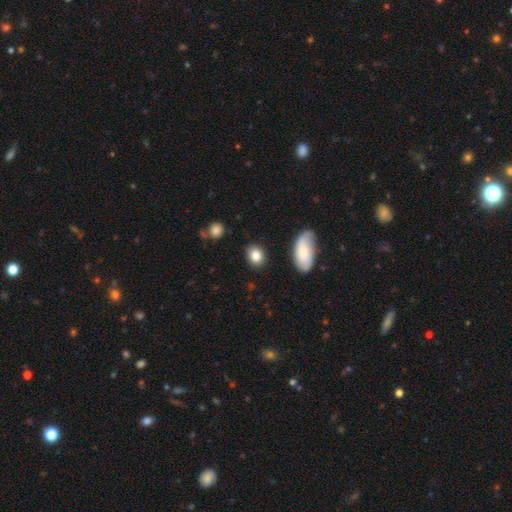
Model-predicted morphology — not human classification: Smooth or featured?
  - smooth: 84% *
  - star or artifact: 9%
  - featured or disk: 7%
How rounded?
  - in between: 50% *
  - round: 48%
  - cigar-shaped: 2%
Merging?
  - none: 85% *
  - minor disturbance: 10%
  - major disturbance: 3%
  - merger: 2%